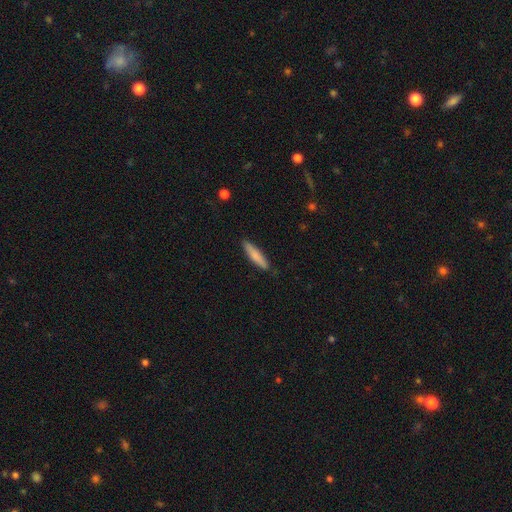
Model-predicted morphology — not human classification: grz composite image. It shows a smooth galaxy with no disk features (80%) that is cigar-shaped (85%). Merging: none (87%).